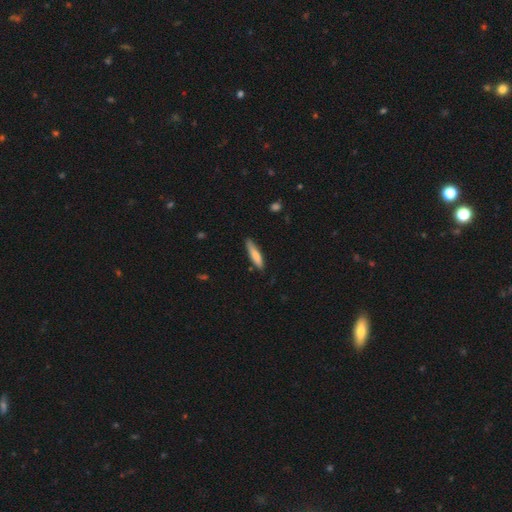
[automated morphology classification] smooth_or_featured: smooth (p=0.77) [alt: featured or disk p=0.17]
how_rounded: cigar-shaped (p=0.79) [alt: in between p=0.20]
merging: none (p=0.78) [alt: minor disturbance p=0.18]